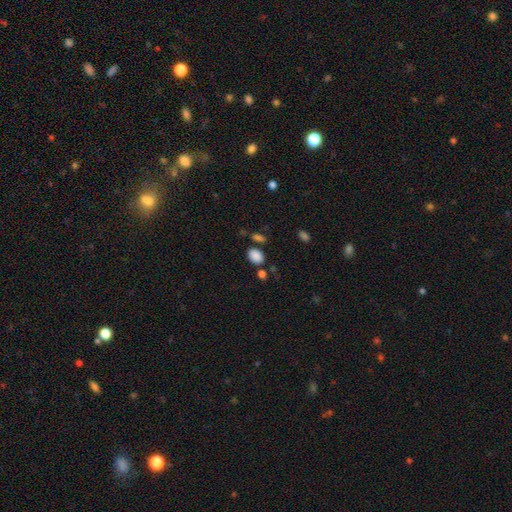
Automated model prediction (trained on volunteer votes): A smooth galaxy with no disk features (86%) that is in between round and cigar-shaped (74%).

Vote fractions:
- Smooth or featured? smooth: 86% / star or artifact: 10% / featured or disk: 4%
- How rounded? in between: 74% / round: 25% / cigar-shaped: 1%
- Merging? none: 74% / minor disturbance: 12% / merger: 10% / major disturbance: 4%